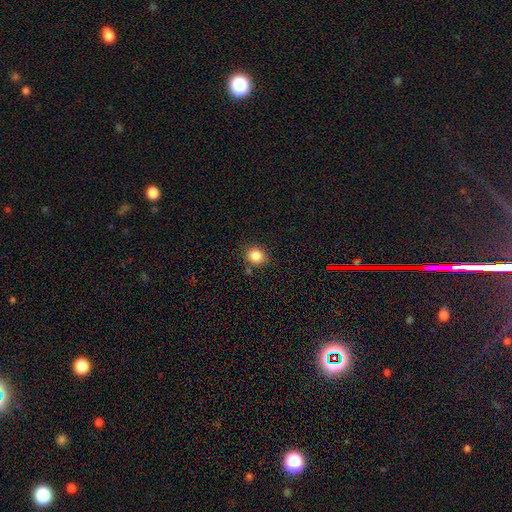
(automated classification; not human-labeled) smooth-or-featured: smooth: 85% | star or artifact: 10% | featured or disk: 5%
  how-rounded: round: 71% | in between: 28% | cigar-shaped: 1%
  merging: none: 83% | minor disturbance: 10% | merger: 4% | major disturbance: 3%